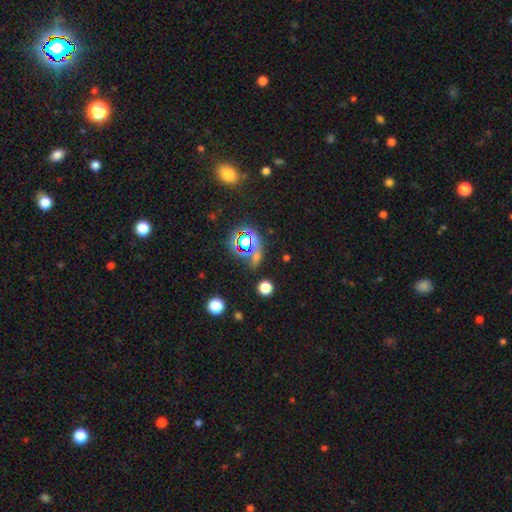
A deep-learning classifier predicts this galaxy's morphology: Smooth or featured?
  - star or artifact: 69% *
  - smooth: 21%
  - featured or disk: 9%